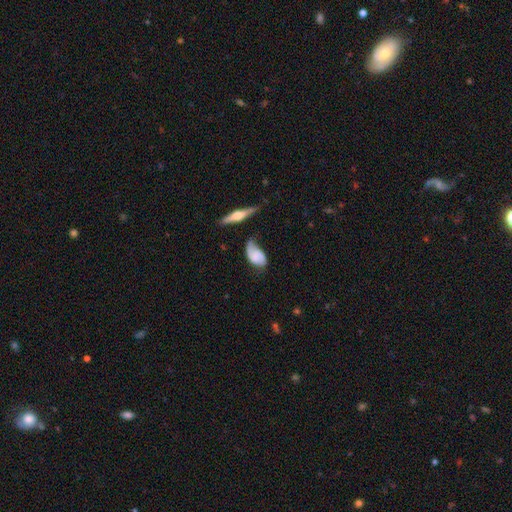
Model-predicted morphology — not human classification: This appears to be a featured or disk galaxy (53%). Merging: none (45%).